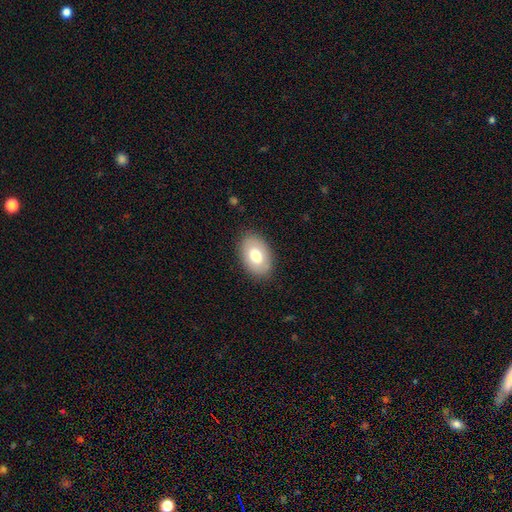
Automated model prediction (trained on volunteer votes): The model was most divided on "smooth or featured": smooth: 74%, featured or disk: 19%, star or artifact: 7%. More confident: how rounded — in between (88%); merging — none (86%).